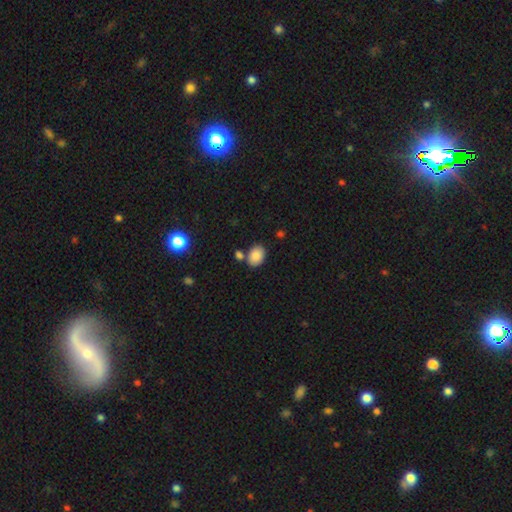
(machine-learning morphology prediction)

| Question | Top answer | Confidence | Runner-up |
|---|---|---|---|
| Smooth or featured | smooth | 85% | star or artifact (9%) |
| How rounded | in between | 78% | round (21%) |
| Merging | none | 70% | merger (14%) |